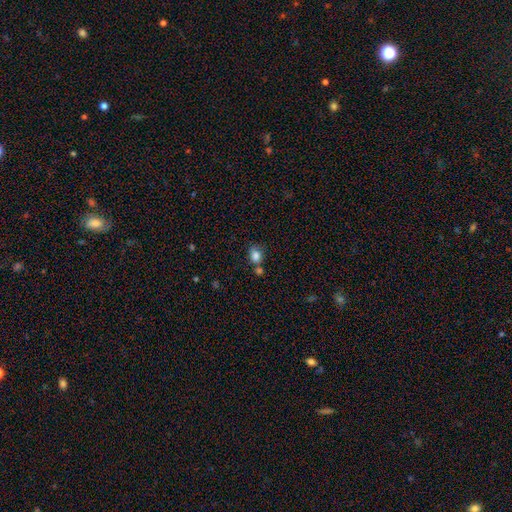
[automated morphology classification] A smooth galaxy with no disk features (83%) that is in between round and cigar-shaped (50%). Merging: none (53%).